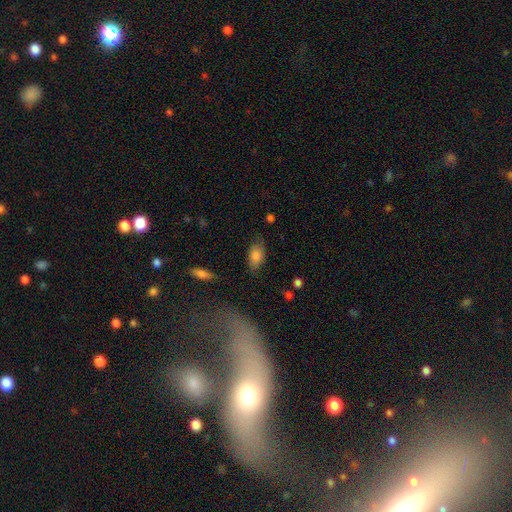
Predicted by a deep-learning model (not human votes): This appears to be a smooth galaxy with no disk features (81%) that is in between round and cigar-shaped (91%). Merging: none (73%).